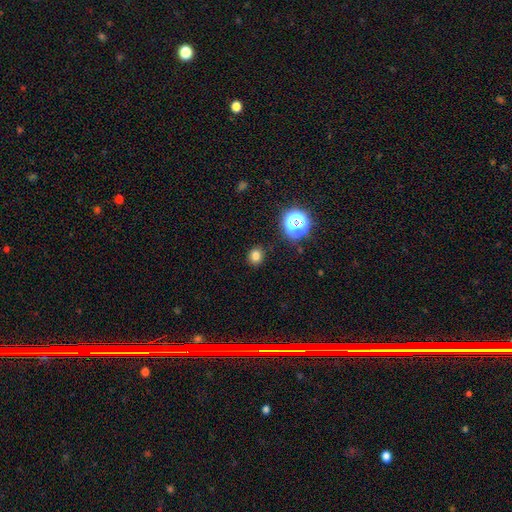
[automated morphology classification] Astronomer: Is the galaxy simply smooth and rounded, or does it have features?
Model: smooth — 77%.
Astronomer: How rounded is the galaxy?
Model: round — 77%.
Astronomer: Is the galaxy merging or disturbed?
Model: none — 88%.